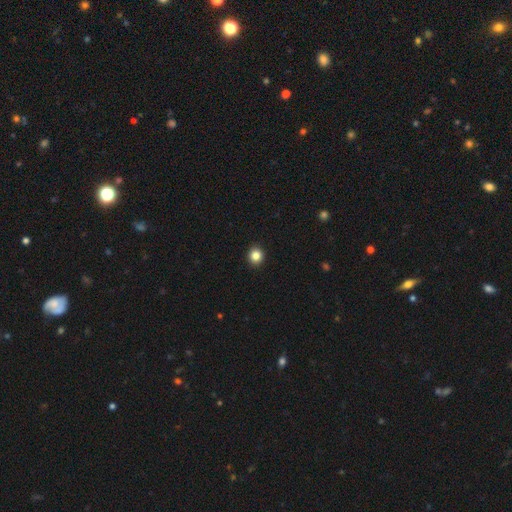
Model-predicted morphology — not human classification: The model was most divided on "smooth or featured": smooth: 85%, star or artifact: 11%, featured or disk: 4%. More confident: merging — none (93%); how rounded — round (87%).